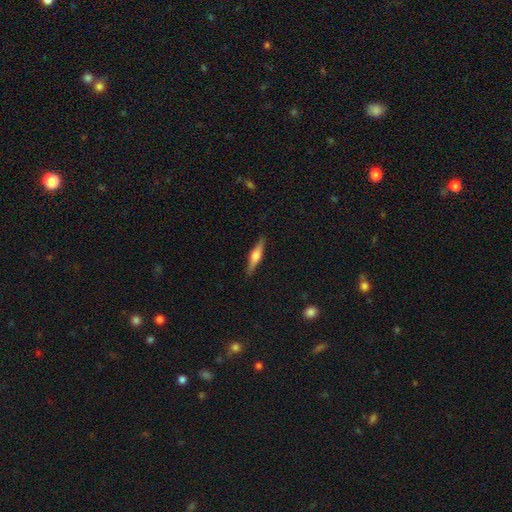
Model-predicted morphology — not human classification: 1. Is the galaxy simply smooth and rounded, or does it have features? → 58% featured or disk, 36% smooth, 6% star or artifact.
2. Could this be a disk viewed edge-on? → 96% yes, 4% no.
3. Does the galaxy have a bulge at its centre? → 87% rounded, 10% boxy, 3% none.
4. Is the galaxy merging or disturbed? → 88% none, 9% minor disturbance, 2% major disturbance, 1% merger.